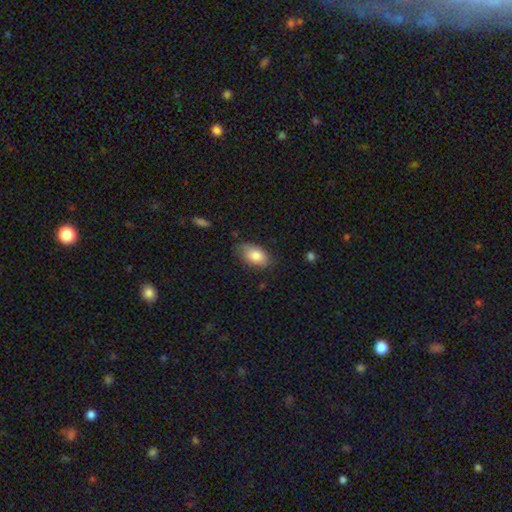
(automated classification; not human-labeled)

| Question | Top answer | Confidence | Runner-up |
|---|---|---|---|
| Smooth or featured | smooth | 82% | featured or disk (11%) |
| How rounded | in between | 92% | round (6%) |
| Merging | none | 70% | minor disturbance (24%) |